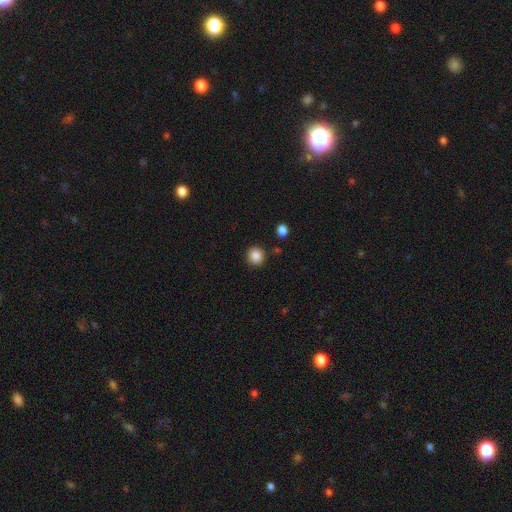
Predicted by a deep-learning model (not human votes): Smooth or featured?
  - smooth: 87% *
  - star or artifact: 10%
  - featured or disk: 3%
How rounded?
  - round: 90% *
  - in between: 9%
  - cigar-shaped: 1%
Merging?
  - none: 88% *
  - minor disturbance: 7%
  - merger: 3%
  - major disturbance: 2%